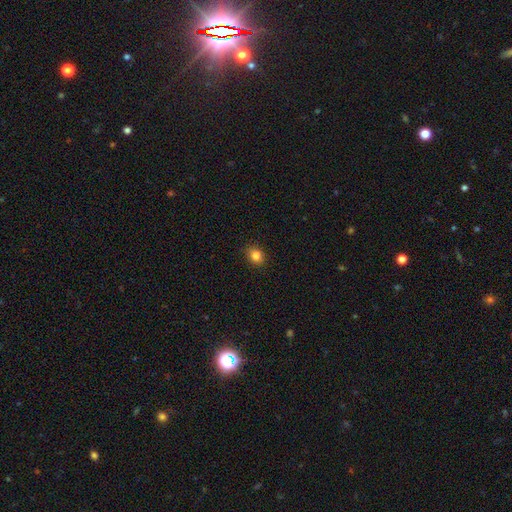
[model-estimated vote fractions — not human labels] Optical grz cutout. It shows a smooth galaxy with no disk features (84%) that is round (57%). Merging: none (88%).